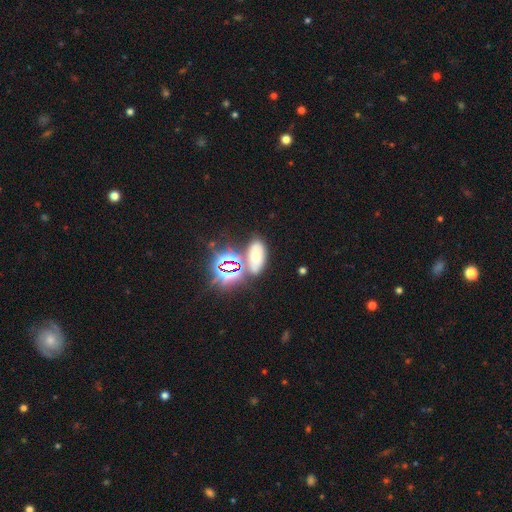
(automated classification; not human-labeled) Smooth or featured? Predicted: smooth (p=0.42). Merging? Predicted: none (p=0.63).